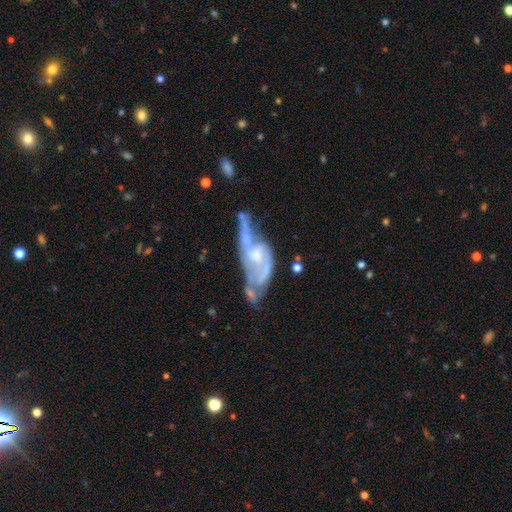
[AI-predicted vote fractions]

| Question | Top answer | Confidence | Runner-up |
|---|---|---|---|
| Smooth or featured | featured or disk | 78% | smooth (14%) |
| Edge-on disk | no | 87% | yes (13%) |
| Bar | no | 61% | weak (30%) |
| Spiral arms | yes | 72% | no (28%) |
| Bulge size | moderate | 40% | small (30%) |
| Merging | major disturbance | 32% | none (29%) |